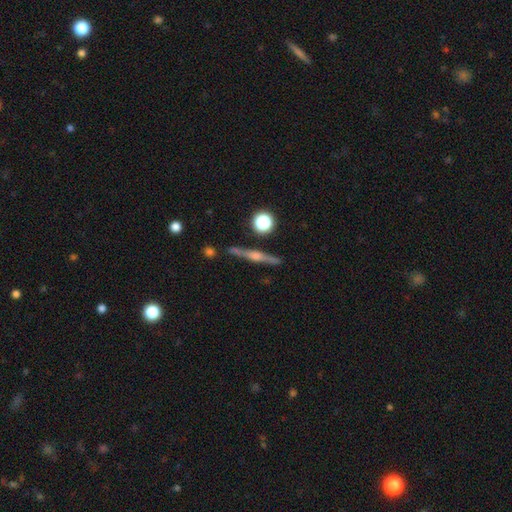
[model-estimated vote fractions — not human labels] Overall: featured or disk (73%). Edge-on disk: yes (97%). Edge-on bulge: rounded (80%). Merging: none (85%).